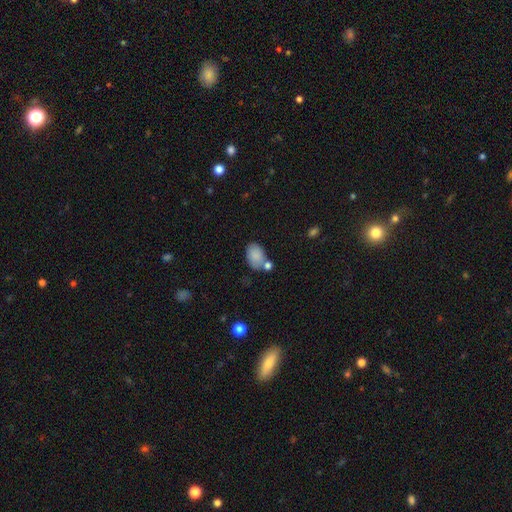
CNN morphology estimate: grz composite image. It shows a smooth galaxy with no disk features (85%) that is in between round and cigar-shaped (87%). Merging: none (59%).